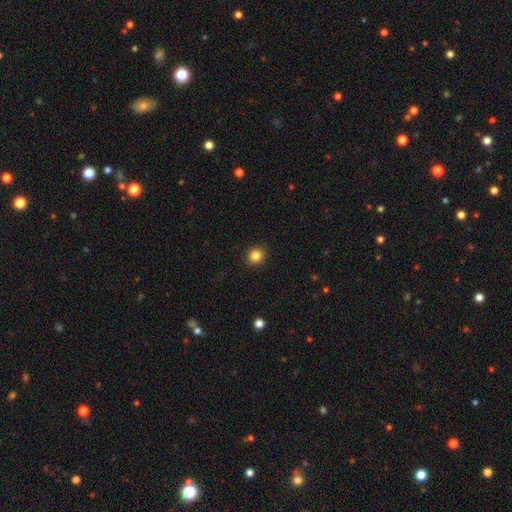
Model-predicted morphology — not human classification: type=smooth (84%); roundness=round (88%); merging=none (92%).